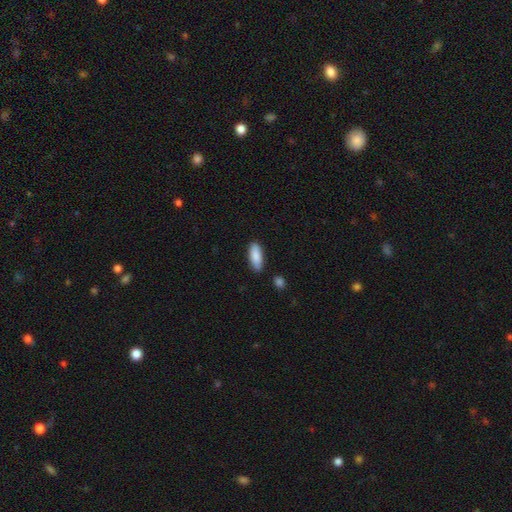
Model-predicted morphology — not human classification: This is clearly a smooth galaxy (88%). How rounded: likely in between (71%). Merging: clearly none (84%).